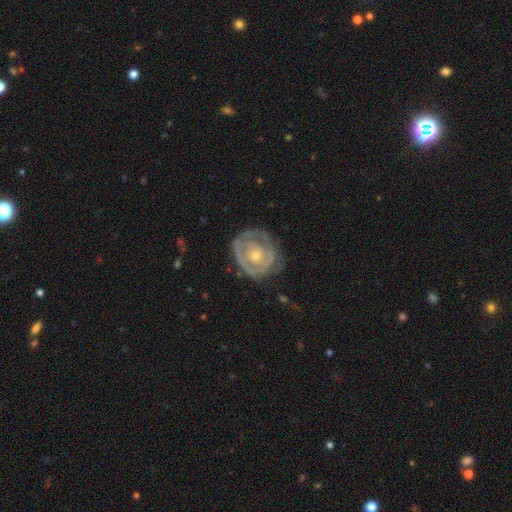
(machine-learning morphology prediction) A featured or disk galaxy (79%) with no bar (81%), tight (77%) spiral arms (80%) and a small central bulge (57%). Merging: none (72%).